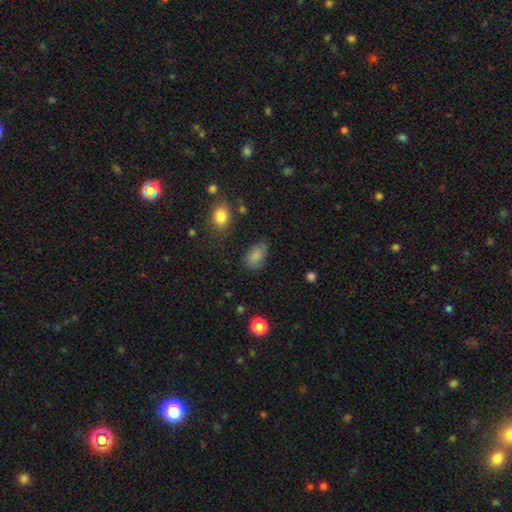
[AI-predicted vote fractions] This is clearly a smooth galaxy (81%). How rounded: clearly in between (88%). Merging: likely none (67%).